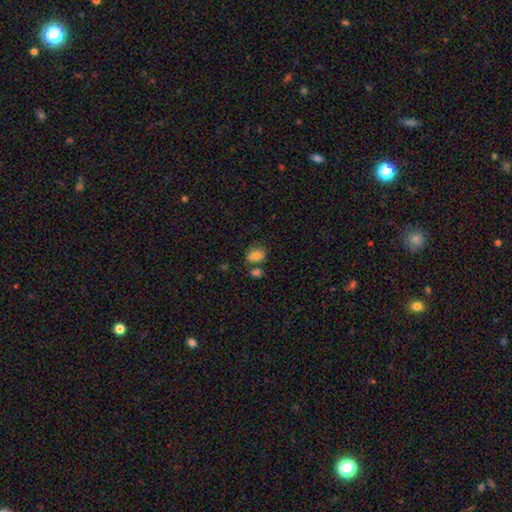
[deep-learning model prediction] Smooth or featured: smooth — 81% (star or artifact — 10%)
How rounded: in between — 65% (round — 34%)
Merging: none — 60% (merger — 21%)